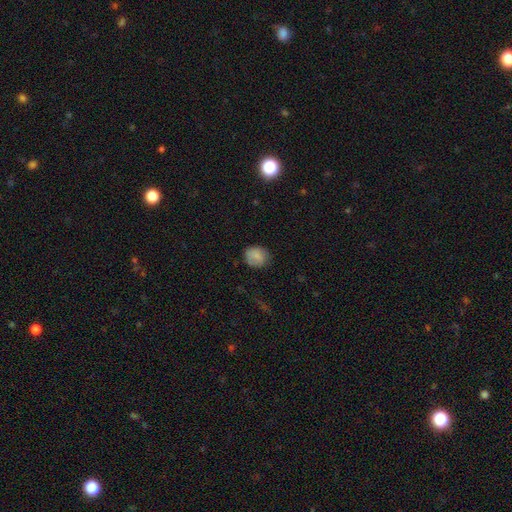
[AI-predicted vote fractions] smooth-or-featured: smooth: 83% | star or artifact: 9% | featured or disk: 8%
  how-rounded: round: 66% | in between: 33% | cigar-shaped: 1%
  merging: none: 78% | minor disturbance: 17% | major disturbance: 4% | merger: 1%